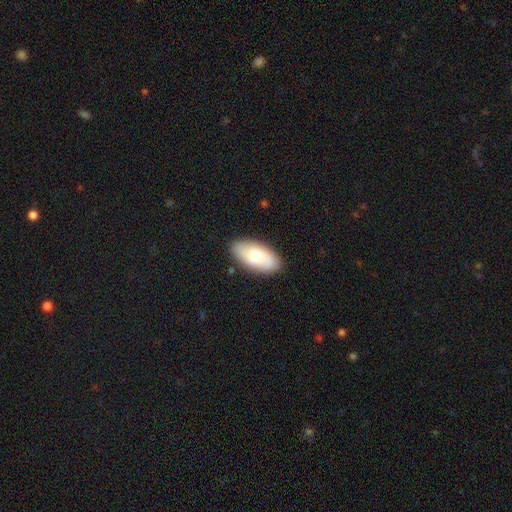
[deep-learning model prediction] Smooth or featured?
  - smooth: 72% *
  - featured or disk: 22%
  - star or artifact: 6%
How rounded?
  - in between: 93% *
  - cigar-shaped: 4%
  - round: 2%
Merging?
  - none: 85% *
  - minor disturbance: 11%
  - major disturbance: 2%
  - merger: 1%